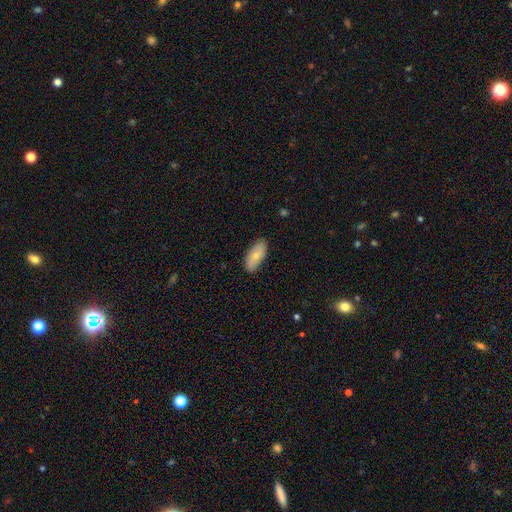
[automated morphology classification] A smooth galaxy with no disk features (75%) that is in between round and cigar-shaped (86%).

Vote fractions:
- Smooth or featured? smooth: 75% / featured or disk: 19% / star or artifact: 6%
- How rounded? in between: 86% / cigar-shaped: 12% / round: 2%
- Merging? none: 85% / minor disturbance: 12% / major disturbance: 2% / merger: 1%